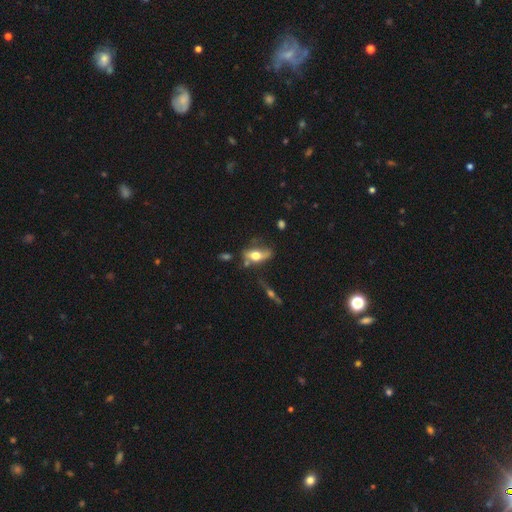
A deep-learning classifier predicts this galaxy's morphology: A smooth galaxy with no disk features (51%) that is in between round and cigar-shaped (79%). Merging: none (42%).